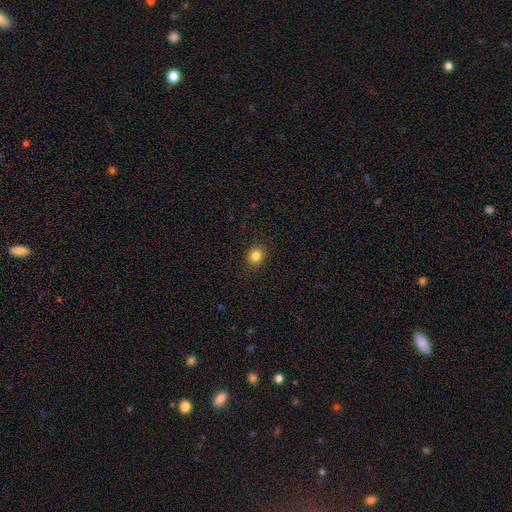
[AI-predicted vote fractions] Morphology: type=smooth (84%); roundness=round (76%); merging=none (90%).